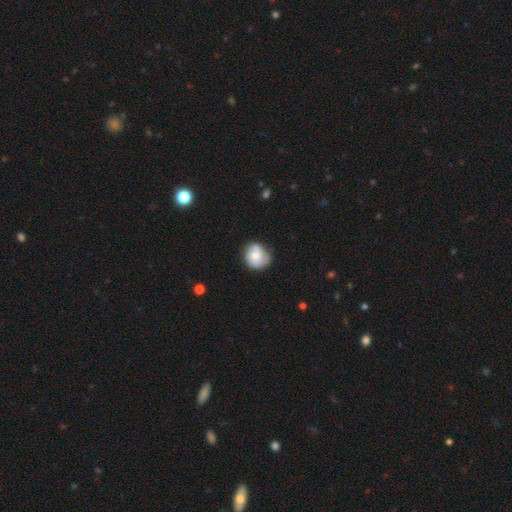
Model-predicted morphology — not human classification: Smooth or featured? Predicted: smooth (p=0.60). How rounded? Predicted: round (p=0.79). Merging? Predicted: none (p=0.57).